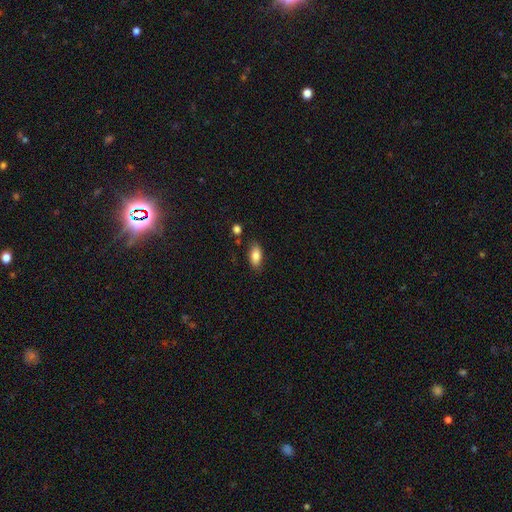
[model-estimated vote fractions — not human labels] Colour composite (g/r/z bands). It shows a smooth galaxy with no disk features (84%) that is in between round and cigar-shaped (90%). Merging: none (80%).